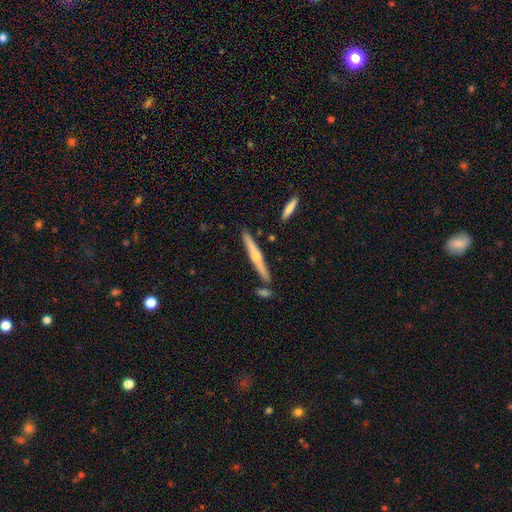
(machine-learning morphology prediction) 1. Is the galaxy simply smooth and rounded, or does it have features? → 63% featured or disk, 32% smooth, 6% star or artifact.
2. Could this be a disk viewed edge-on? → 97% yes, 3% no.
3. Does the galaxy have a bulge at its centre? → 85% rounded, 11% none, 4% boxy.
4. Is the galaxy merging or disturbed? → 84% none, 9% minor disturbance, 5% merger, 2% major disturbance.